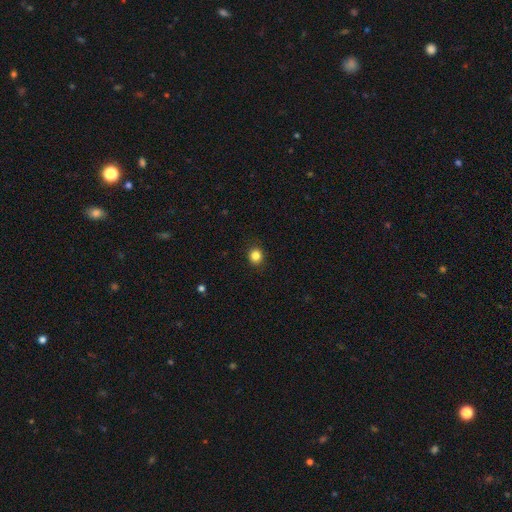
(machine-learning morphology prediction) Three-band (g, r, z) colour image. It shows a smooth galaxy with no disk features (84%) that is round (83%). Merging: none (91%).